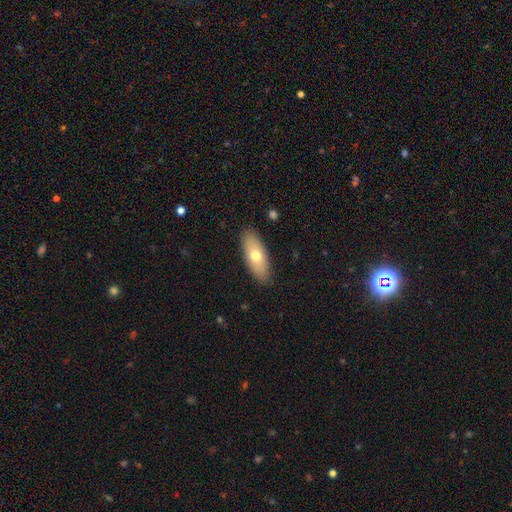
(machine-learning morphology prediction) Smooth or featured?
  - smooth: 66% *
  - featured or disk: 27%
  - star or artifact: 6%
How rounded?
  - in between: 74% *
  - cigar-shaped: 23%
  - round: 3%
Merging?
  - none: 89% *
  - minor disturbance: 8%
  - major disturbance: 2%
  - merger: 1%